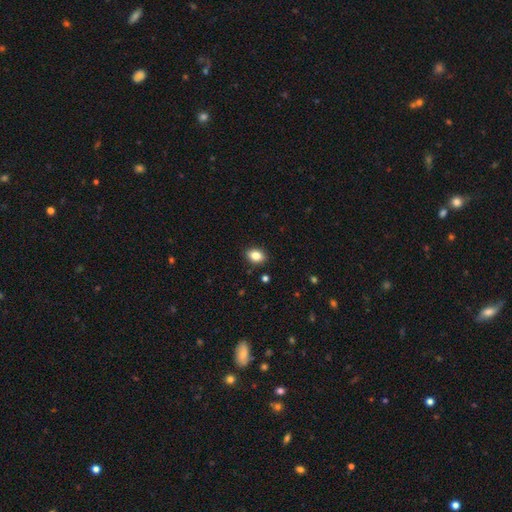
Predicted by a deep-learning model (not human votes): Smooth or featured: smooth — 84% (star or artifact — 9%)
How rounded: in between — 77% (round — 21%)
Merging: none — 89% (minor disturbance — 8%)